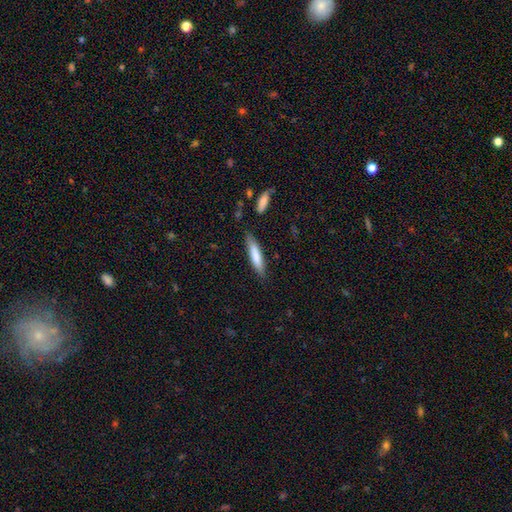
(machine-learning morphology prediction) This is likely a smooth galaxy (78%). How rounded: clearly cigar-shaped (83%). Merging: clearly none (83%).